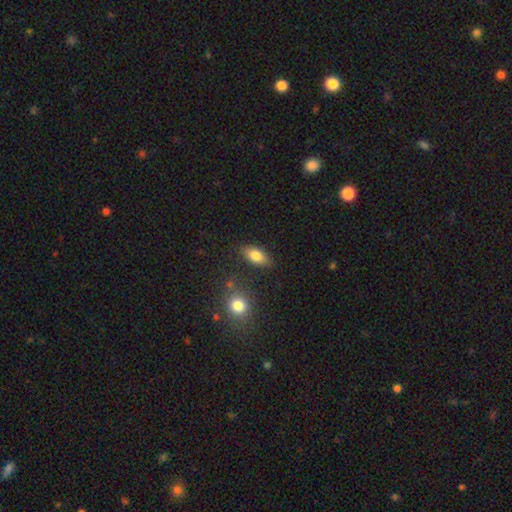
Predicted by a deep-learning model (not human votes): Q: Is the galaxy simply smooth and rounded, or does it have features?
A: smooth — 79%.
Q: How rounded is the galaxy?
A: in between — 85%.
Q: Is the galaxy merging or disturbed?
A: none — 81%.